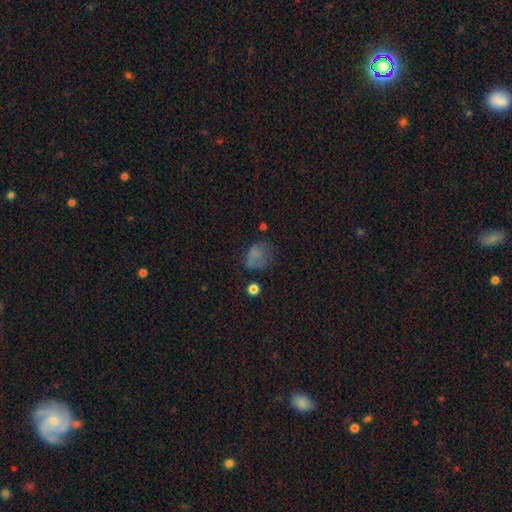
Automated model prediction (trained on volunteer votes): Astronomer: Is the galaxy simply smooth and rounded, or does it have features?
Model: smooth — 67%.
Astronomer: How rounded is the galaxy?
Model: round — 54% (runner-up: in between, 45%).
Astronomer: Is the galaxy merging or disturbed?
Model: none — 45% (runner-up: minor disturbance, 27%).